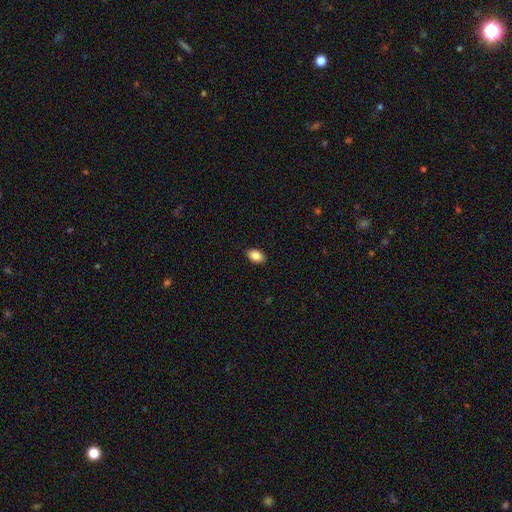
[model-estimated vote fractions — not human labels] Q: Smooth or featured?
A: smooth (87%); runner-up: star or artifact (8%)
Q: How rounded?
A: in between (89%); runner-up: round (10%)
Q: Merging?
A: none (90%); runner-up: minor disturbance (8%)